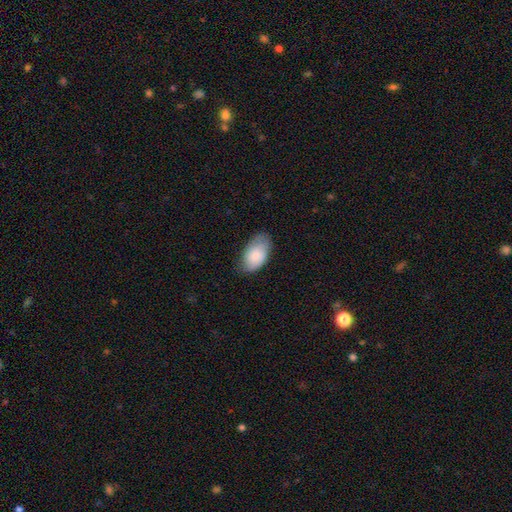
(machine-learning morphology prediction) Overall: smooth (82%). How rounded: in between (95%). Merging: none (68%).